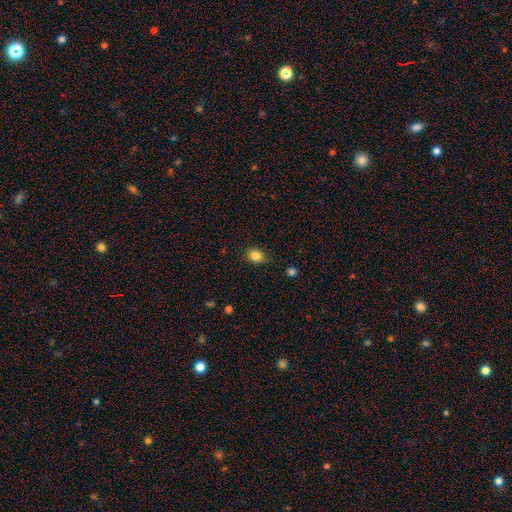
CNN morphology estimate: The model was most divided on "how rounded": round: 50%, in between: 49%, cigar-shaped: 1%. More confident: smooth or featured — smooth (84%); merging — none (80%).